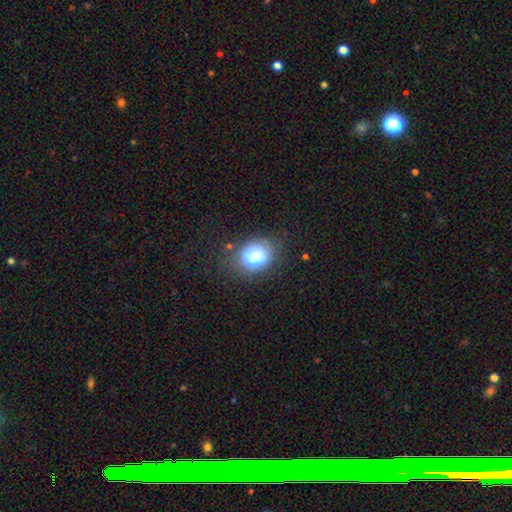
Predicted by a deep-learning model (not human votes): Overall: smooth (75%). How rounded: in between (57%; round 41%). Merging: none (63%).